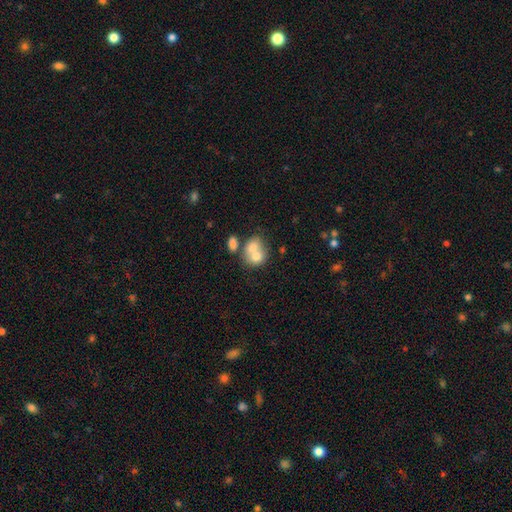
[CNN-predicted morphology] This is likely a smooth galaxy (70%). How rounded: possibly round (54%). Merging: likely merger (65%).